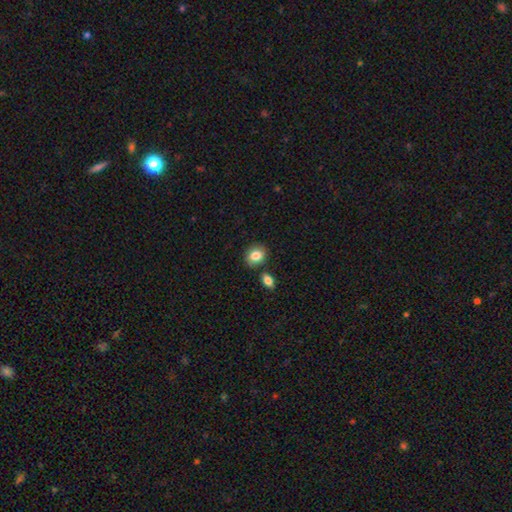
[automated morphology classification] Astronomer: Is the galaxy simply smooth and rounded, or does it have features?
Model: smooth — 84%.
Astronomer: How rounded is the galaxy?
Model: in between — 54% (runner-up: round, 45%).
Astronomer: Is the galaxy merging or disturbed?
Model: none — 77%.